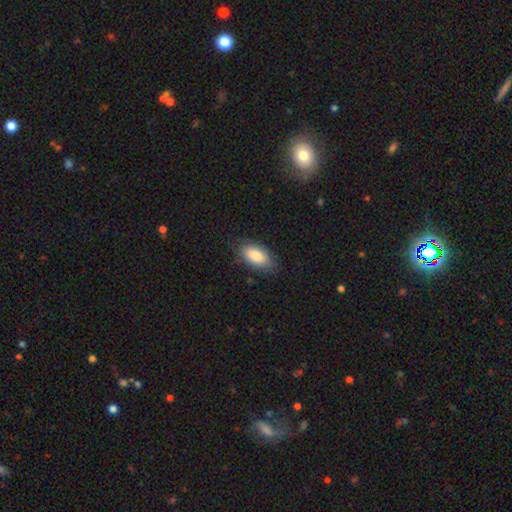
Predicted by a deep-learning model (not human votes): This appears to be a smooth galaxy with no disk features (86%) that is in between round and cigar-shaped (91%). Merging: none (78%).